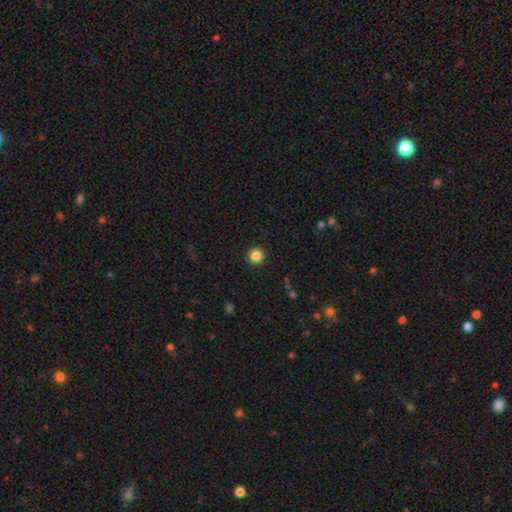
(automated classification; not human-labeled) Overall: smooth (86%). How rounded: round (95%). Merging: none (92%).